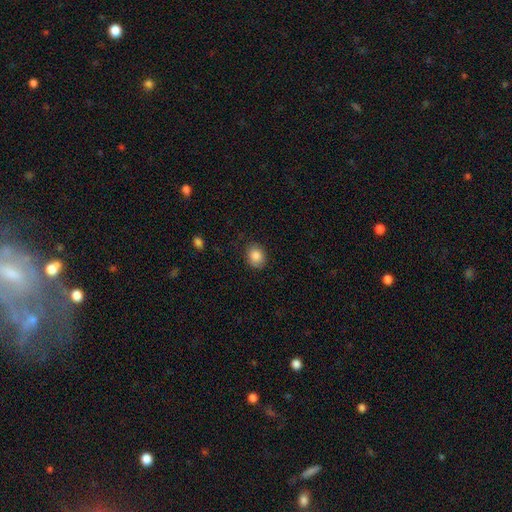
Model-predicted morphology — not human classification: Overall: smooth (86%). How rounded: round (54%; in between 46%). Merging: none (82%).